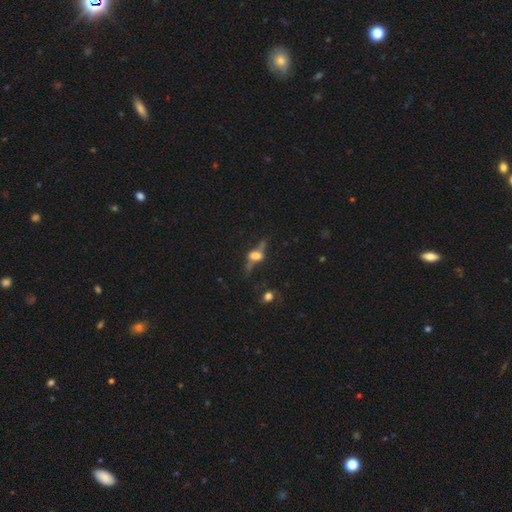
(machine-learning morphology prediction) Smooth or featured?
  - featured or disk: 53% *
  - smooth: 32%
  - star or artifact: 15%
Edge-on disk?
  - yes: 66% *
  - no: 34%
Merging?
  - none: 49% *
  - major disturbance: 22%
  - minor disturbance: 19%
  - merger: 10%